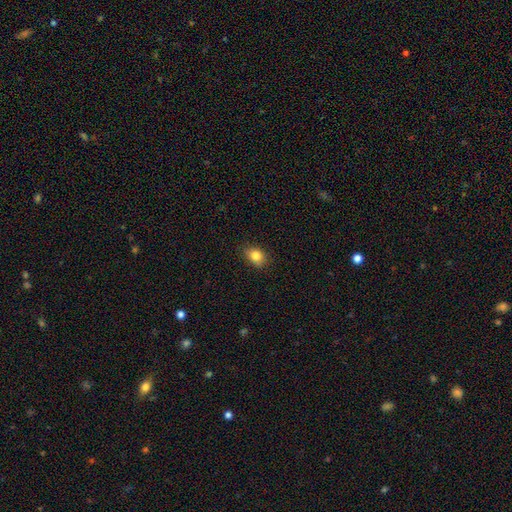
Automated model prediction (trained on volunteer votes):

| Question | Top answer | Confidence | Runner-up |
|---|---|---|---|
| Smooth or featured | smooth | 83% | star or artifact (9%) |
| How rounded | in between | 68% | round (30%) |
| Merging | none | 82% | minor disturbance (14%) |